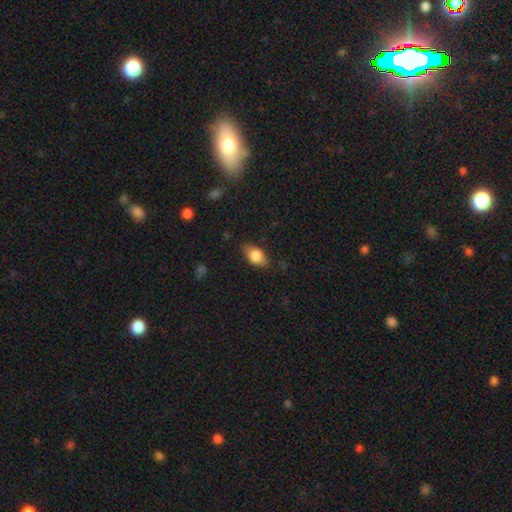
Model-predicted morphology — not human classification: A smooth galaxy with no disk features (81%) that is in between round and cigar-shaped (87%). Merging: none (78%).